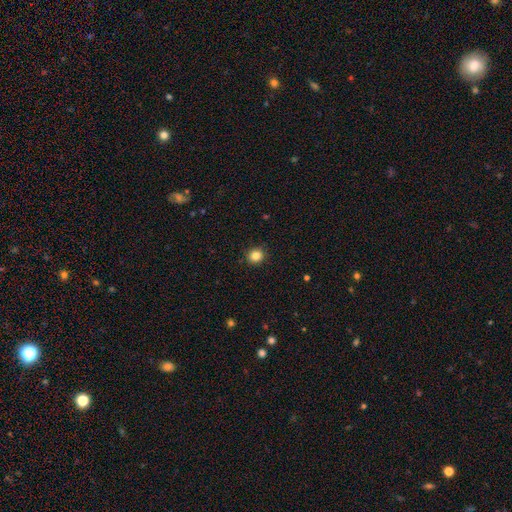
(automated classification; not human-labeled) The model was most divided on "smooth or featured": smooth: 85%, star or artifact: 11%, featured or disk: 4%. More confident: merging — none (91%); how rounded — round (87%).